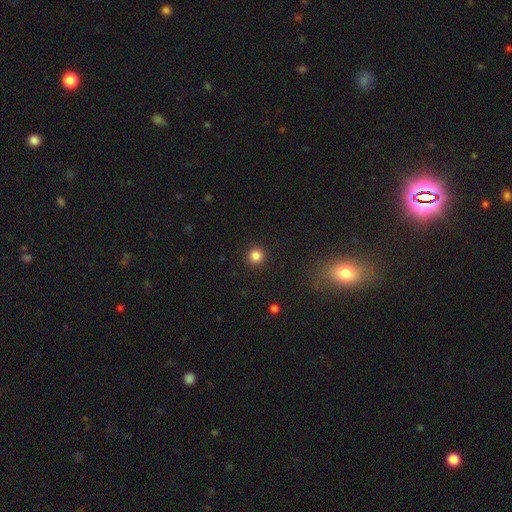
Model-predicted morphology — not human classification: This appears to be a smooth galaxy with no disk features (84%) that is round (96%). Merging: none (93%).